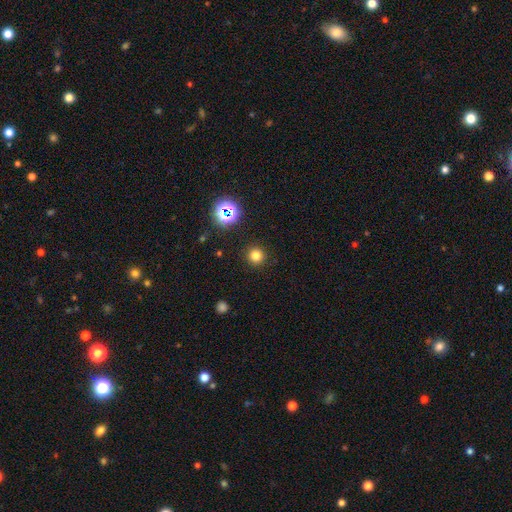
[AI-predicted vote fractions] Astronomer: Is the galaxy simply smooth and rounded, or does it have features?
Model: smooth — 76%.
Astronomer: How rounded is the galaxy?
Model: round — 95%.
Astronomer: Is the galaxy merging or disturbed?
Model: none — 91%.